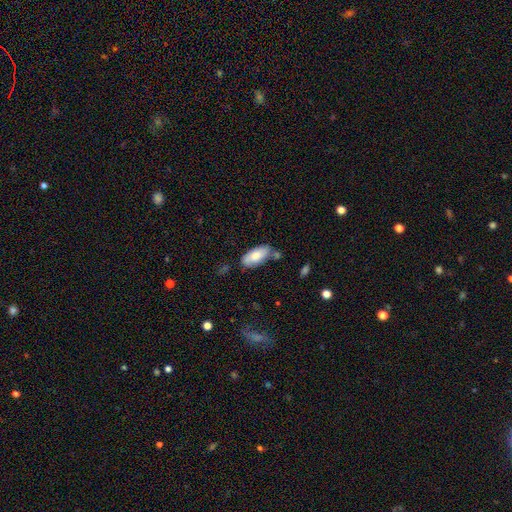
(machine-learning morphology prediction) Smooth or featured? Predicted: smooth (p=0.74). How rounded? Predicted: in between (p=0.90). Merging? Predicted: none (p=0.69).